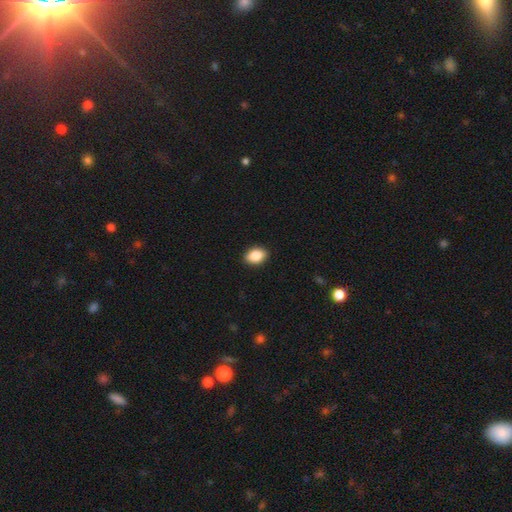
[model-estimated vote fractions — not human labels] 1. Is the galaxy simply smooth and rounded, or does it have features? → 87% smooth, 8% star or artifact, 6% featured or disk.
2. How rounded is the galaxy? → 82% in between, 17% round, 1% cigar-shaped.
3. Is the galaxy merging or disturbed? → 91% none, 7% minor disturbance, 2% major disturbance, 1% merger.